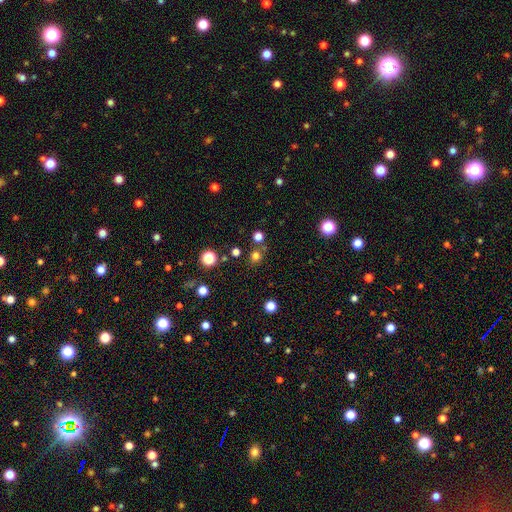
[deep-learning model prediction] Smooth or featured?
  - smooth: 72% *
  - star or artifact: 22%
  - featured or disk: 6%
How rounded?
  - round: 87% *
  - in between: 12%
  - cigar-shaped: 1%
Merging?
  - none: 77% *
  - merger: 11%
  - minor disturbance: 8%
  - major disturbance: 3%